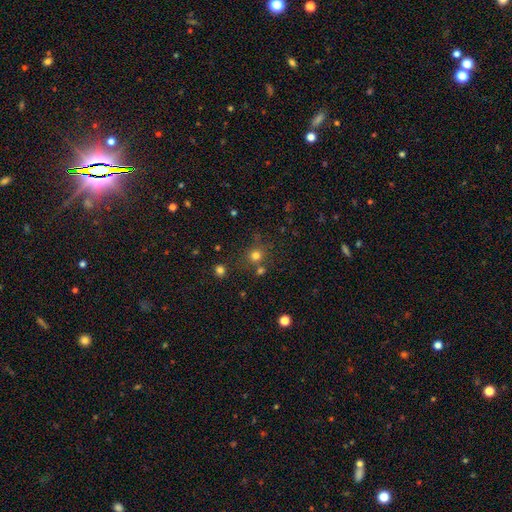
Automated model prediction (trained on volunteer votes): Smooth or featured? Predicted: smooth (p=0.74). How rounded? Predicted: round (p=0.88). Merging? Predicted: none (p=0.70).